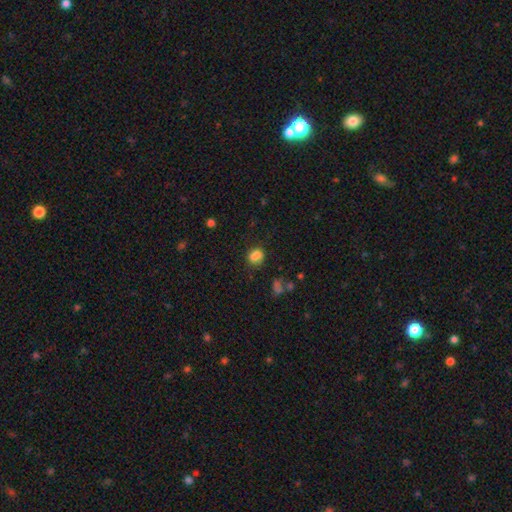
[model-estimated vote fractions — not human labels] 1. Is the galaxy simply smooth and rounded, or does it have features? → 80% smooth, 13% star or artifact, 8% featured or disk.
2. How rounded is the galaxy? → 52% in between, 46% round, 1% cigar-shaped.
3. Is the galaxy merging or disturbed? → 60% none, 19% minor disturbance, 15% merger, 7% major disturbance.